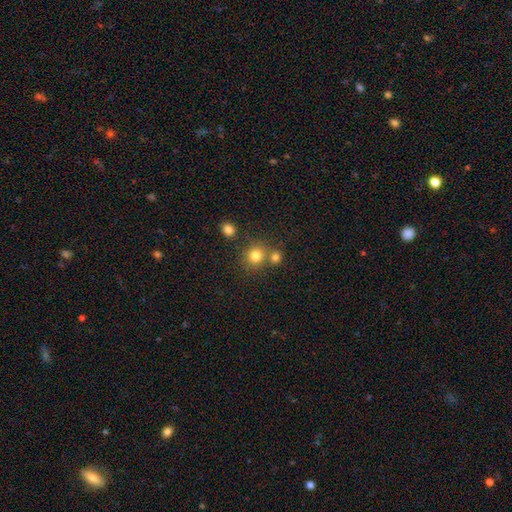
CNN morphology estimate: A smooth galaxy with no disk features (79%) that is round (87%). Merging: none (65%).